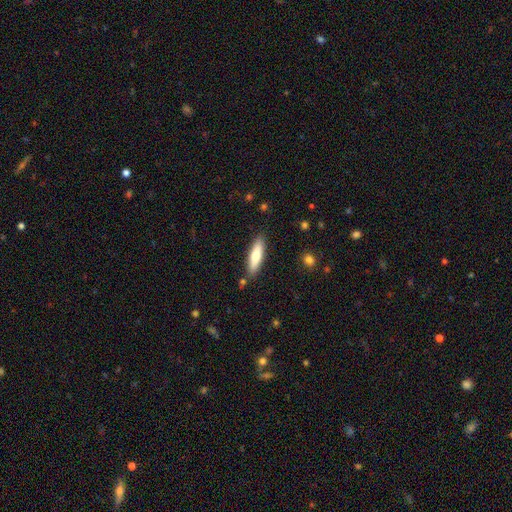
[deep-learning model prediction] Morphology: type=smooth (70%); roundness=cigar-shaped (67%); merging=none (85%).